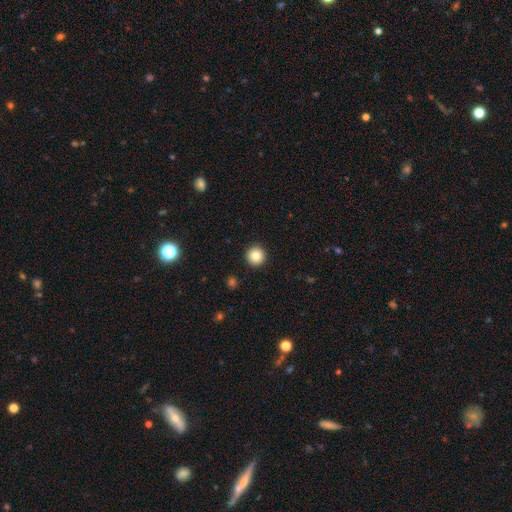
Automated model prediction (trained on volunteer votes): This appears to be a smooth galaxy with no disk features (83%) that is round (96%). Merging: none (93%).